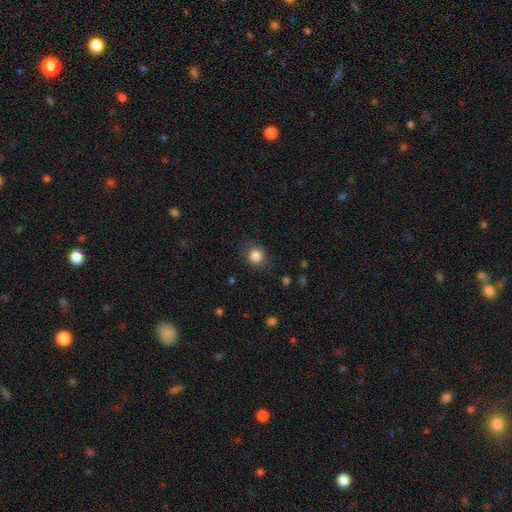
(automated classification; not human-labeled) Morphology: type=smooth (84%); roundness=round (80%); merging=none (82%).